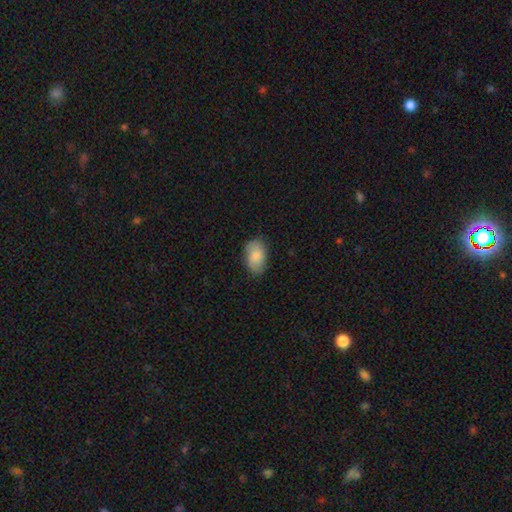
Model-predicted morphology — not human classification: type=smooth (81%); roundness=in between (92%); merging=none (79%).